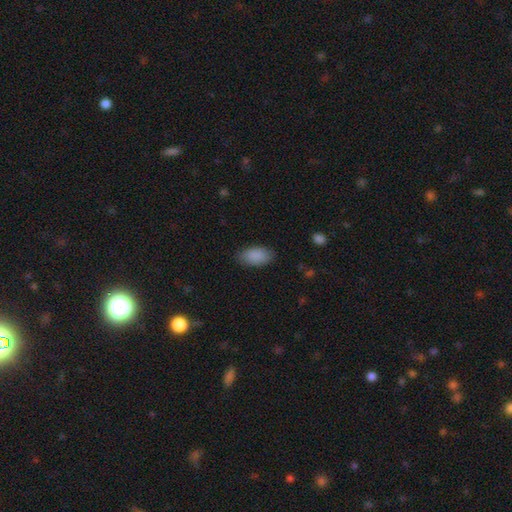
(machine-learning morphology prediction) Smooth or featured?
  - smooth: 89% *
  - star or artifact: 7%
  - featured or disk: 4%
How rounded?
  - in between: 94% *
  - round: 4%
  - cigar-shaped: 3%
Merging?
  - none: 83% *
  - minor disturbance: 13%
  - major disturbance: 3%
  - merger: 1%